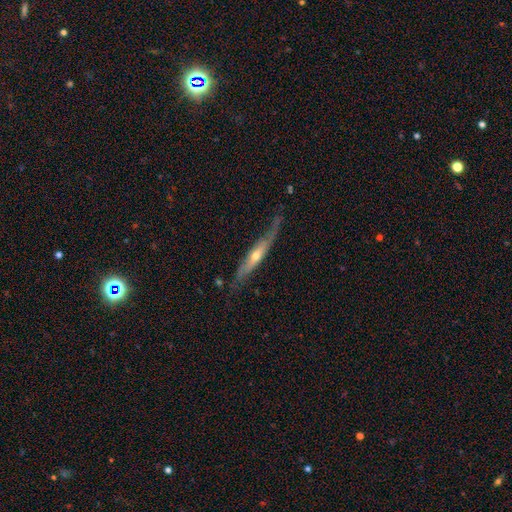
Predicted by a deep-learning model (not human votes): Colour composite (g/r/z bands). It shows a featured or disk galaxy (71%) viewed edge-on (79%) with a rounded central bulge (77%). Merging: none (64%).